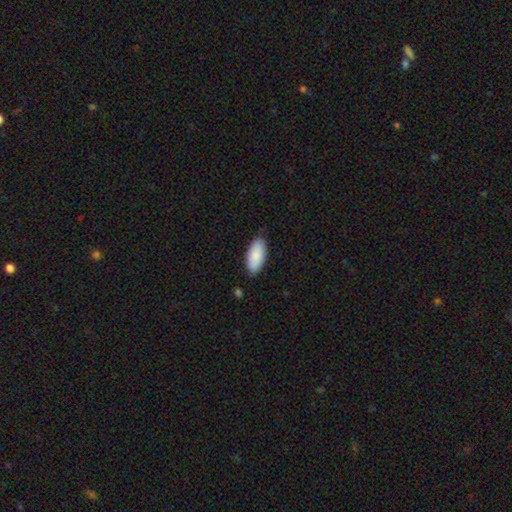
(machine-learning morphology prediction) Smooth or featured? smooth (89%)
How rounded? in between (92%)
Merging? none (84%)